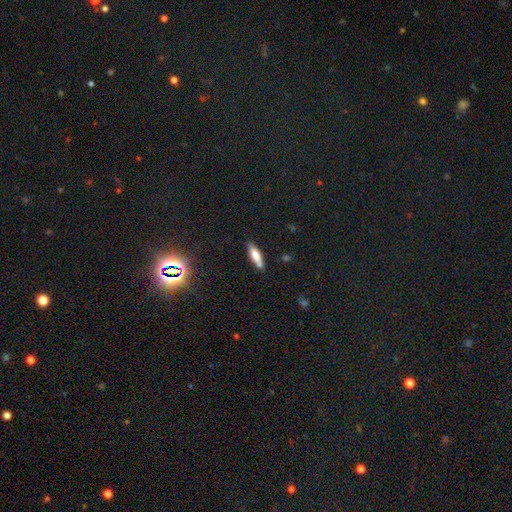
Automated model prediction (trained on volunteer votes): This appears to be a smooth galaxy with no disk features (71%) that is cigar-shaped (55%). Merging: none (75%).